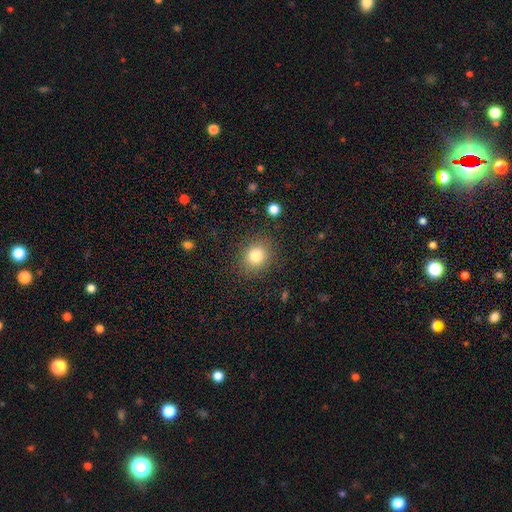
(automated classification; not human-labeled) This appears to be a smooth galaxy with no disk features (81%) that is round (71%). Merging: none (86%).